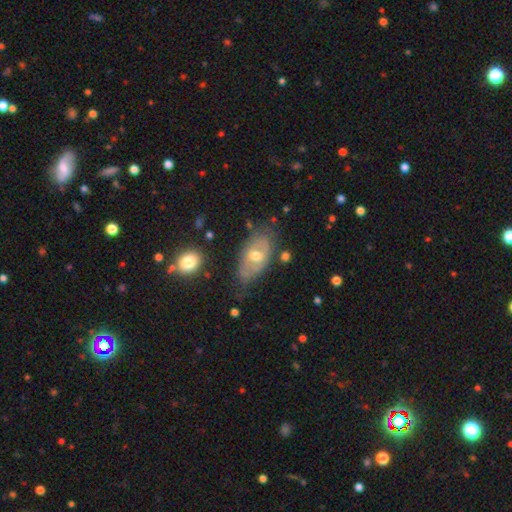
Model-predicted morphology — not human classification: Smooth or featured? featured or disk (55%)
Edge-on disk? no (88%)
Merging? none (62%)